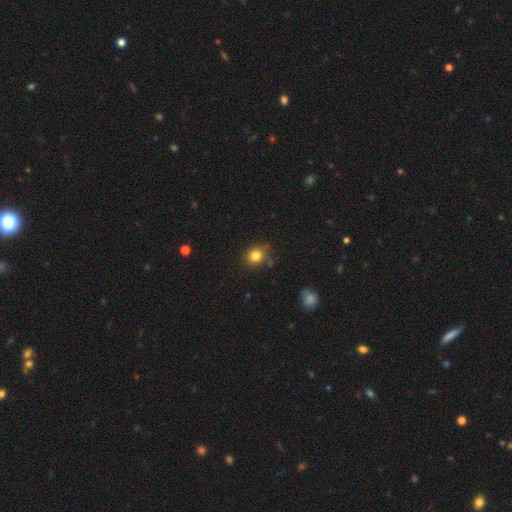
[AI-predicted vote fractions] Morphology: type=smooth (81%); roundness=round (76%); merging=none (76%).